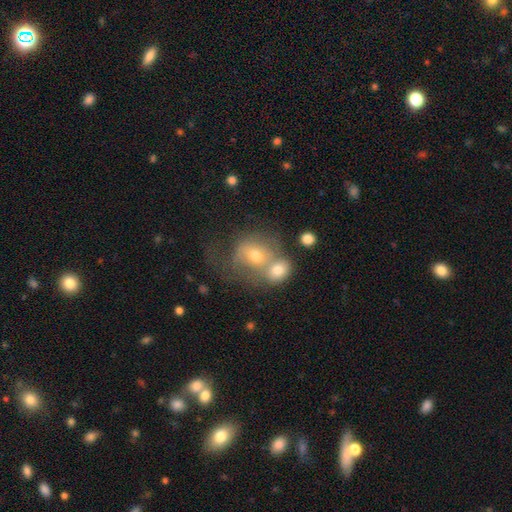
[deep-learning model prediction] Q: Smooth or featured?
A: smooth (44%); runner-up: featured or disk (38%)
Q: Merging?
A: merger (59%); runner-up: none (25%)